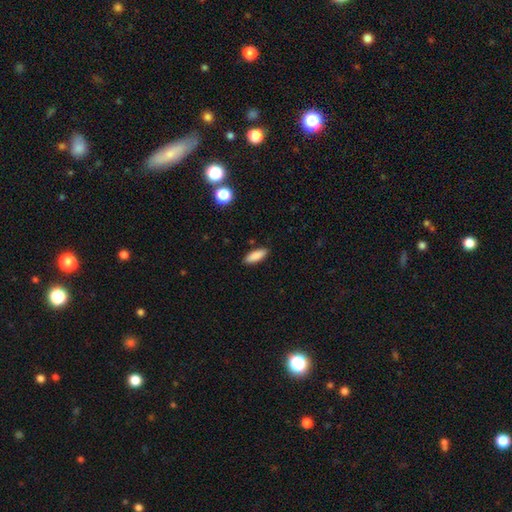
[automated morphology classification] Smooth or featured?
  - smooth: 87% *
  - star or artifact: 7%
  - featured or disk: 5%
How rounded?
  - in between: 69% *
  - cigar-shaped: 29%
  - round: 2%
Merging?
  - none: 88% *
  - minor disturbance: 9%
  - major disturbance: 2%
  - merger: 1%